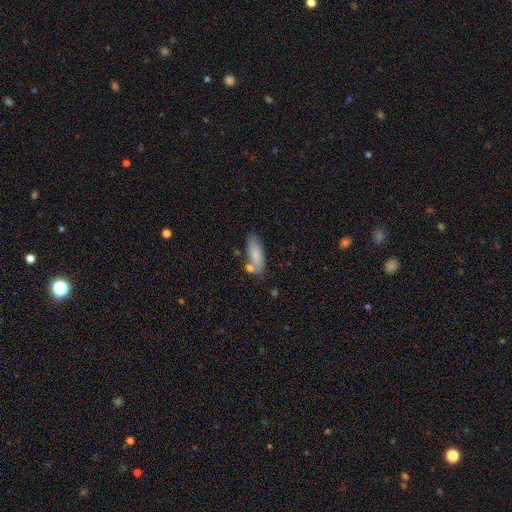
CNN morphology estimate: Q: Smooth or featured?
A: smooth (80%); runner-up: featured or disk (14%)
Q: How rounded?
A: in between (72%); runner-up: cigar-shaped (26%)
Q: Merging?
A: none (59%); runner-up: minor disturbance (18%)